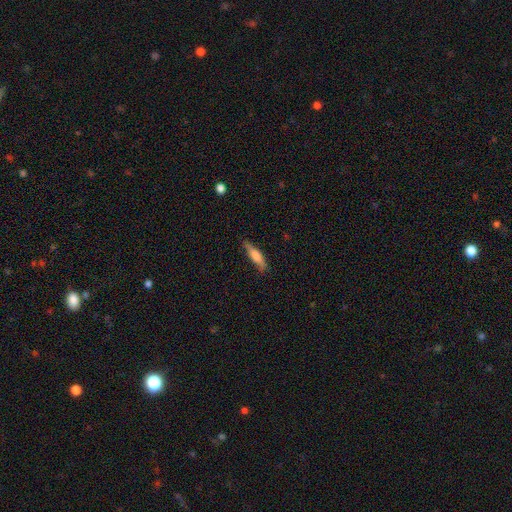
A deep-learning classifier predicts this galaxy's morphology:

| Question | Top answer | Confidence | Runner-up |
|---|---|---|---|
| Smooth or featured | smooth | 64% | featured or disk (30%) |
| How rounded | cigar-shaped | 78% | in between (20%) |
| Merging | none | 79% | minor disturbance (16%) |